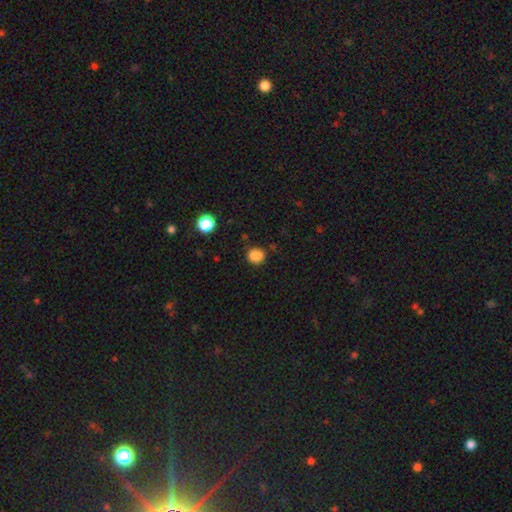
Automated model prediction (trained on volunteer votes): smooth 85%, star or artifact 11%, featured or disk 3%. Down the decision tree: how rounded — round (75%); merging — none (81%).